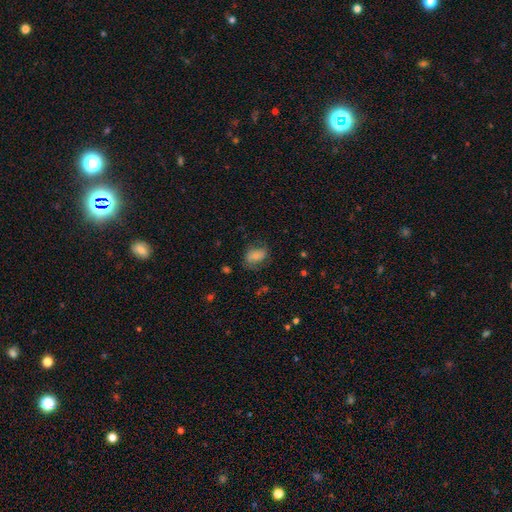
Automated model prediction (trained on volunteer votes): The model was most divided on "merging": none: 62%, minor disturbance: 24%, major disturbance: 12%, merger: 2%. More confident: how rounded — in between (78%); smooth or featured — smooth (68%).